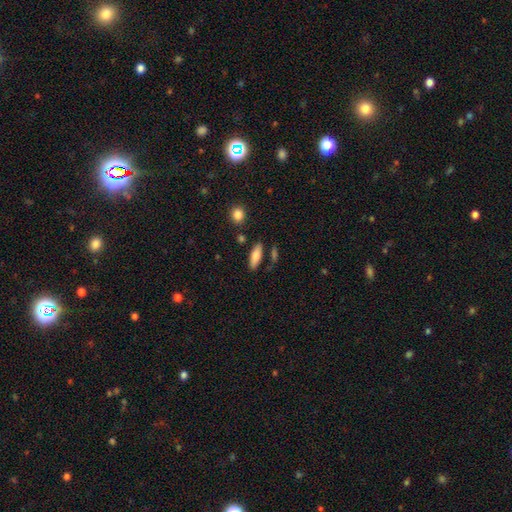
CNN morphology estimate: A smooth galaxy with no disk features (77%) that is in between round and cigar-shaped (63%). Merging: none (80%).